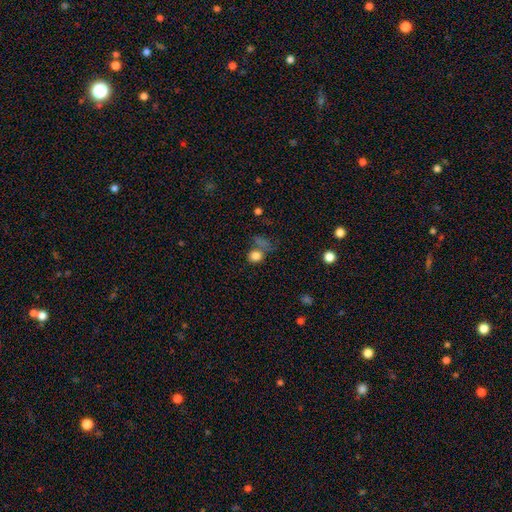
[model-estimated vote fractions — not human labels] smooth-or-featured: smooth: 79% | star or artifact: 14% | featured or disk: 7%
  how-rounded: round: 66% | in between: 32% | cigar-shaped: 2%
  merging: none: 53% | merger: 21% | minor disturbance: 15% | major disturbance: 11%